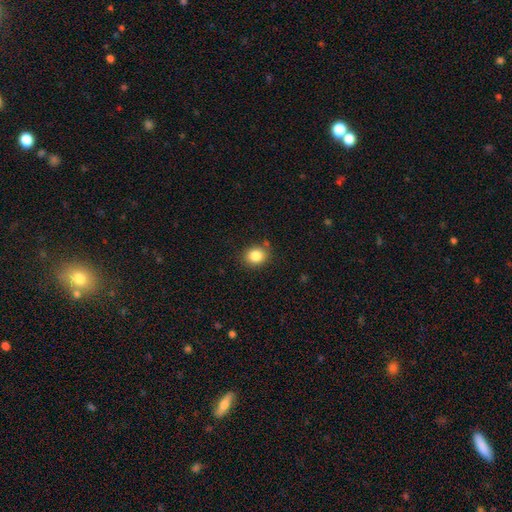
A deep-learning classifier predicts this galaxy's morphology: Smooth or featured? smooth (84%)
How rounded? round (67%)
Merging? none (82%)